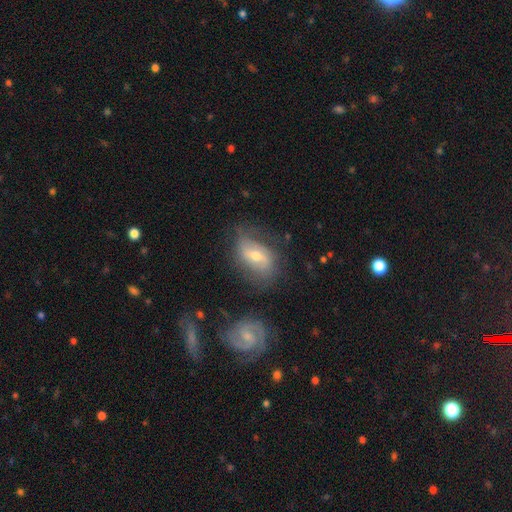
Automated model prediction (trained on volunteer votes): This is likely a featured or disk galaxy (64%). It is clearly not viewed edge-on (93%). Bar: possibly weak (47%). Spiral arm pattern: clearly yes (82%). Central bulge: possibly moderate (57%). Merging: possibly none (58%).